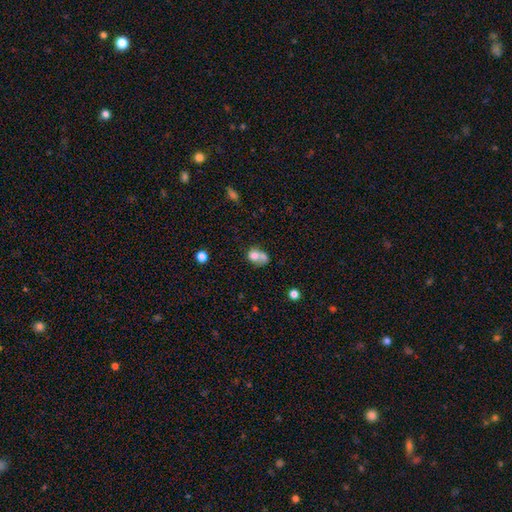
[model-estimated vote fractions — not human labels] Q: Smooth or featured?
A: smooth (70%); runner-up: featured or disk (20%)
Q: How rounded?
A: round (53%); runner-up: in between (46%)
Q: Merging?
A: merger (60%); runner-up: none (21%)